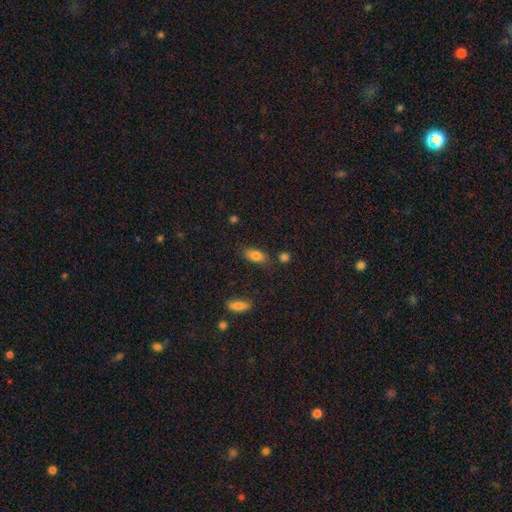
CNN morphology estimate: Q: Smooth or featured?
A: smooth (81%); runner-up: featured or disk (10%)
Q: How rounded?
A: in between (86%); runner-up: cigar-shaped (10%)
Q: Merging?
A: none (75%); runner-up: minor disturbance (16%)